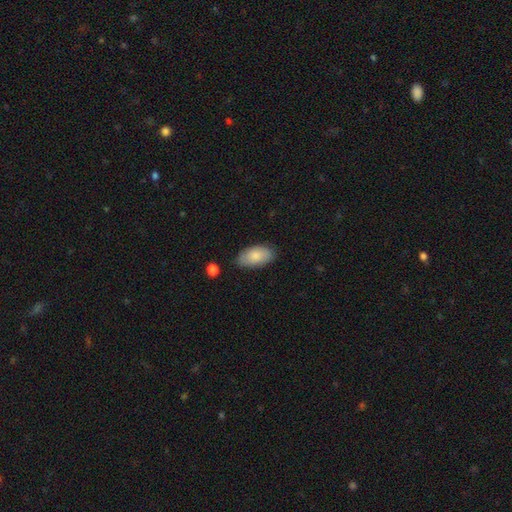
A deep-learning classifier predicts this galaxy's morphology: smooth-or-featured: smooth: 83% | featured or disk: 11% | star or artifact: 6%
  how-rounded: in between: 94% | cigar-shaped: 3% | round: 3%
  merging: none: 79% | minor disturbance: 16% | major disturbance: 3% | merger: 2%